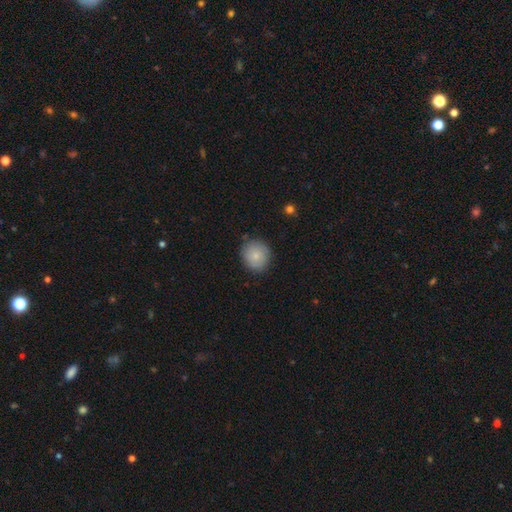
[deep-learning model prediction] A smooth galaxy with no disk features (77%) that is round (83%).

Vote fractions:
- Smooth or featured? smooth: 77% / featured or disk: 16% / star or artifact: 7%
- How rounded? round: 83% / in between: 16% / cigar-shaped: 1%
- Merging? none: 82% / minor disturbance: 14% / major disturbance: 3% / merger: 1%